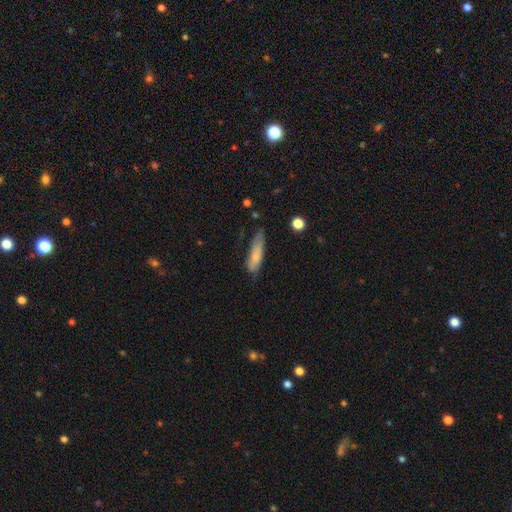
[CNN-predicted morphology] smooth 71%, featured or disk 22%, star or artifact 7%. Down the decision tree: how rounded — cigar-shaped (61%); merging — none (50%).